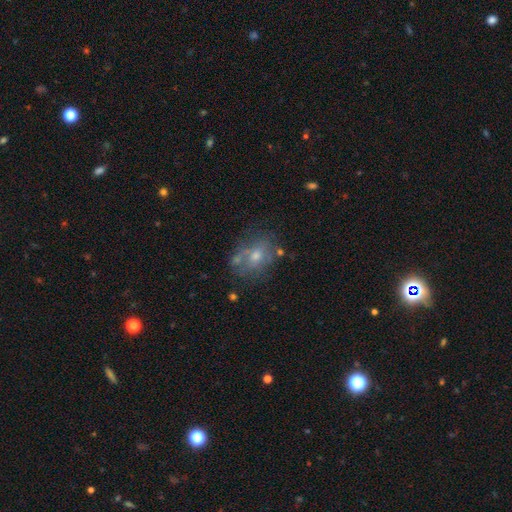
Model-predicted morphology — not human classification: This is possibly a smooth galaxy (45%). Merging: possibly none (57%).